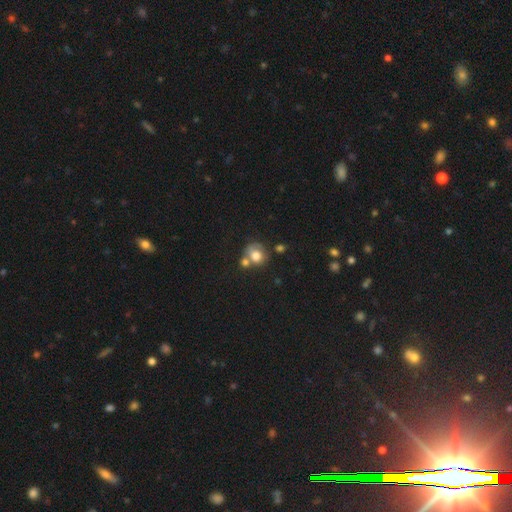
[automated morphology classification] Smooth or featured: smooth — 71% (featured or disk — 20%)
How rounded: round — 76% (in between — 23%)
Merging: merger — 39% (none — 37%)